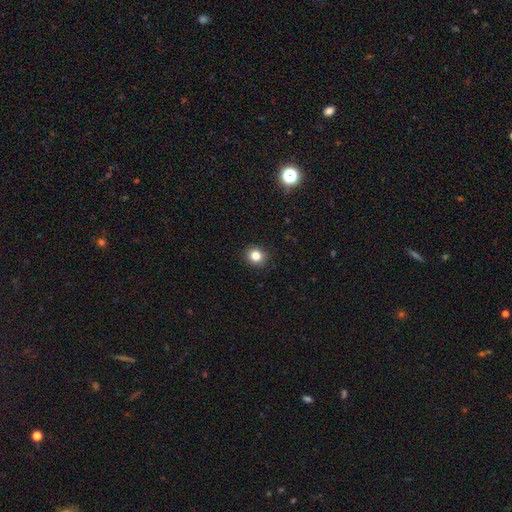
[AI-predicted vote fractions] smooth-or-featured: smooth: 83% | star or artifact: 12% | featured or disk: 5%
  how-rounded: round: 85% | in between: 14% | cigar-shaped: 1%
  merging: none: 92% | minor disturbance: 6% | major disturbance: 2% | merger: 1%